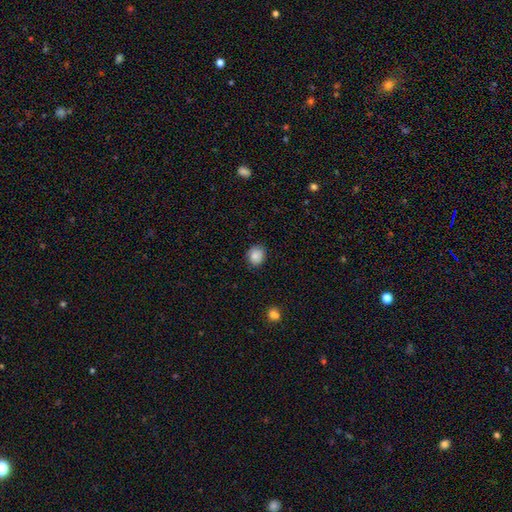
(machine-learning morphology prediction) This appears to be a smooth galaxy with no disk features (86%) that is round (72%). Merging: none (85%).